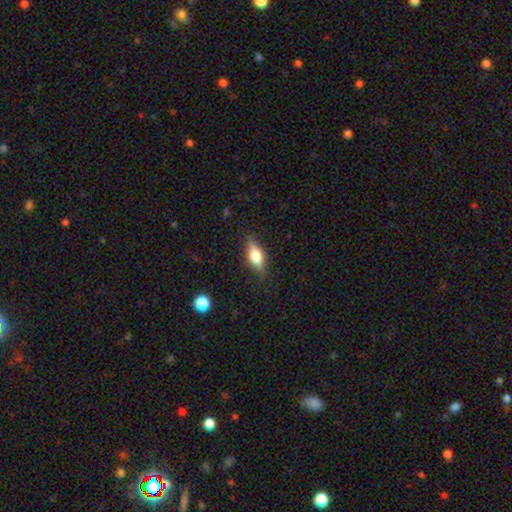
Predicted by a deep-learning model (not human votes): Smooth or featured? Predicted: smooth (p=0.55). How rounded? Predicted: in between (p=0.69). Merging? Predicted: none (p=0.83).